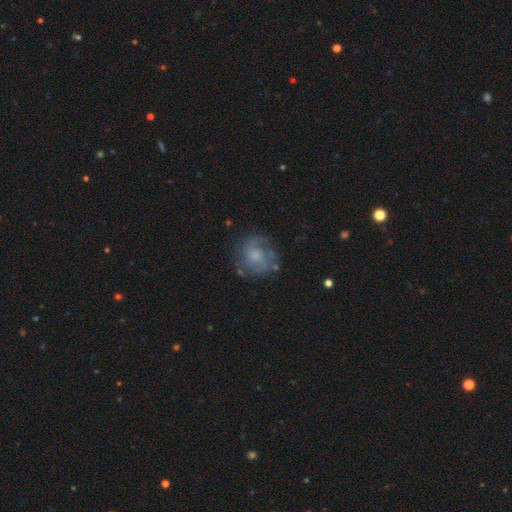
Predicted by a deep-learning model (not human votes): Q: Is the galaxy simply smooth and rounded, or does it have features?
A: featured or disk — 57%.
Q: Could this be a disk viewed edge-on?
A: no — 98%.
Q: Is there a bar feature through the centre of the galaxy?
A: no — 74%.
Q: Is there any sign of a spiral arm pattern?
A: yes — 74%.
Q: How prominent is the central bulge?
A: moderate — 41%.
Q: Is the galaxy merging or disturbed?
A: none — 66%.